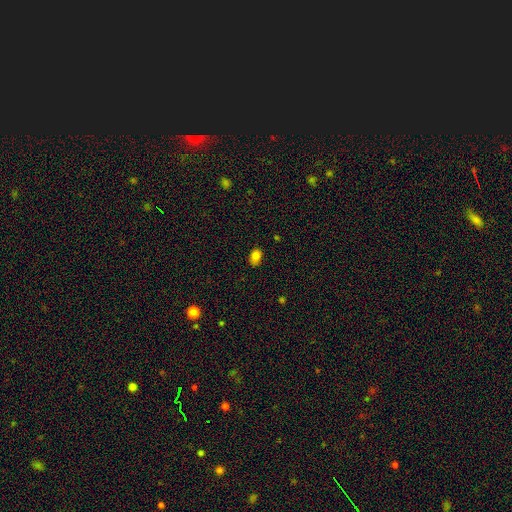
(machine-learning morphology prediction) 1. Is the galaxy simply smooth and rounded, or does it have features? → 82% smooth, 11% star or artifact, 6% featured or disk.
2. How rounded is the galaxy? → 80% in between, 19% round, 1% cigar-shaped.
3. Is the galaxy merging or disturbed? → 80% none, 16% minor disturbance, 3% major disturbance, 1% merger.